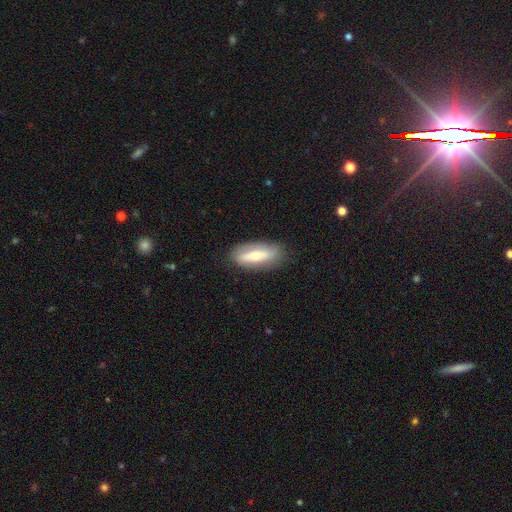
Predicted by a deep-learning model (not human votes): This appears to be a featured or disk galaxy (47%). Merging: none (82%).